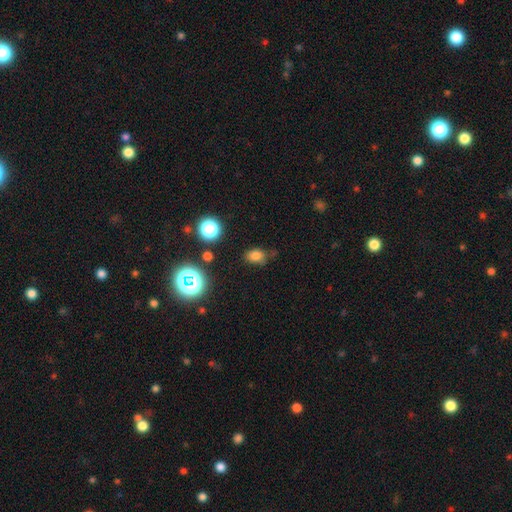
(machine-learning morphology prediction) The model was most divided on "how rounded": in between: 68%, round: 30%, cigar-shaped: 1%. More confident: smooth or featured — smooth (74%); merging — none (70%).